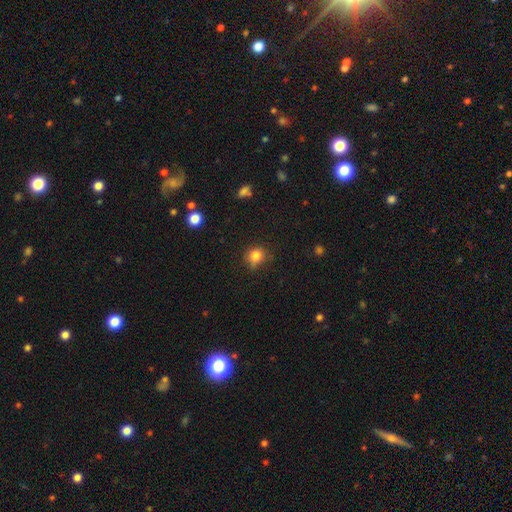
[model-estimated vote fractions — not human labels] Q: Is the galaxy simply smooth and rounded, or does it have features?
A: smooth — 81%.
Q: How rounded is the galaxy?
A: round — 79%.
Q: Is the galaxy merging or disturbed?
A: none — 71%.